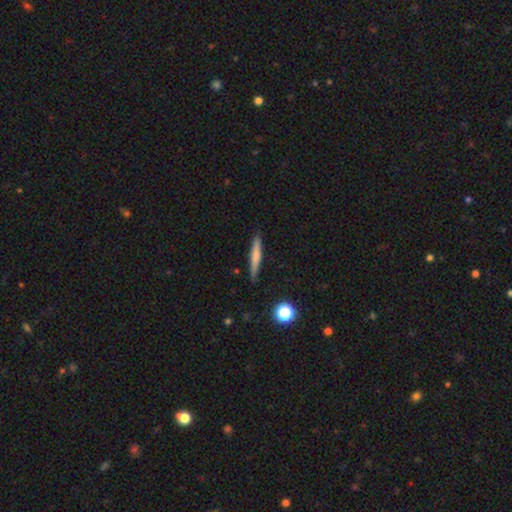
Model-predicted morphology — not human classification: smooth-or-featured: smooth: 63% | featured or disk: 30% | star or artifact: 7%
  how-rounded: cigar-shaped: 93% | in between: 5% | round: 2%
  merging: none: 86% | minor disturbance: 10% | major disturbance: 2% | merger: 2%